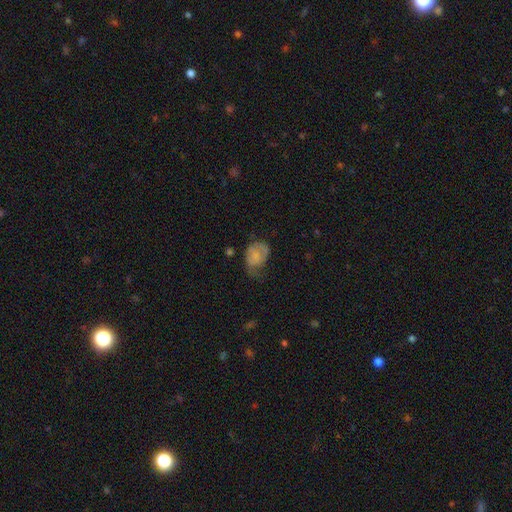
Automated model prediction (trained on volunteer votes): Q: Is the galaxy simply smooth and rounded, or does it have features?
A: smooth — 61%.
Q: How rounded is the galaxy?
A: in between — 66%.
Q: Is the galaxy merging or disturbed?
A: minor disturbance — 37%.